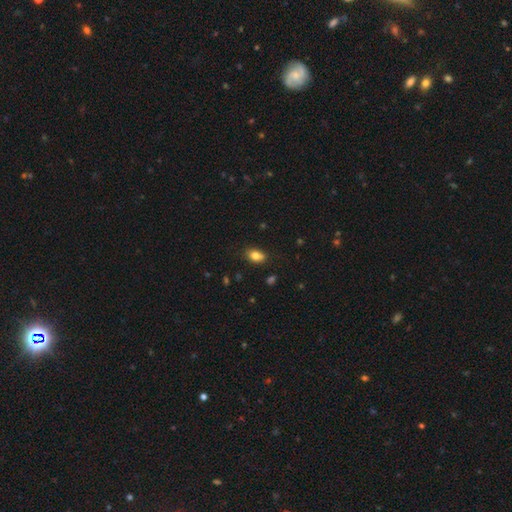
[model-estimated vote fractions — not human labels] A smooth galaxy with no disk features (81%) that is in between round and cigar-shaped (82%). Merging: none (78%).